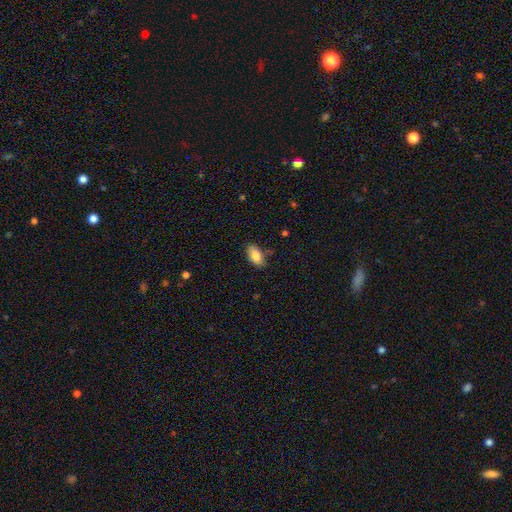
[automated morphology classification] A smooth galaxy with no disk features (85%) that is in between round and cigar-shaped (93%).

Vote fractions:
- Smooth or featured? smooth: 85% / featured or disk: 8% / star or artifact: 7%
- How rounded? in between: 93% / round: 4% / cigar-shaped: 3%
- Merging? none: 78% / minor disturbance: 17% / major disturbance: 3% / merger: 2%